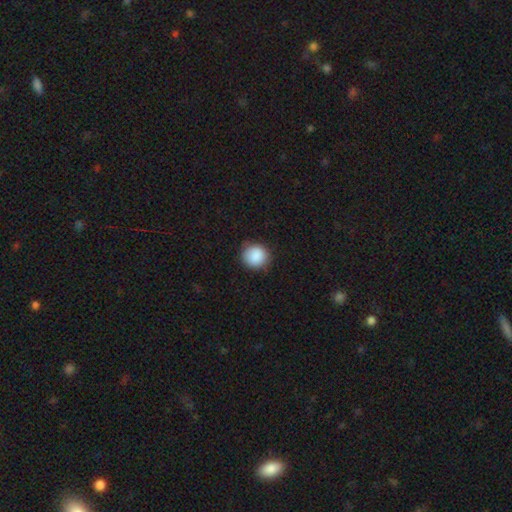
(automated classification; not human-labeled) Smooth or featured: smooth — 89% (star or artifact — 8%)
How rounded: round — 90% (in between — 9%)
Merging: none — 85% (minor disturbance — 12%)